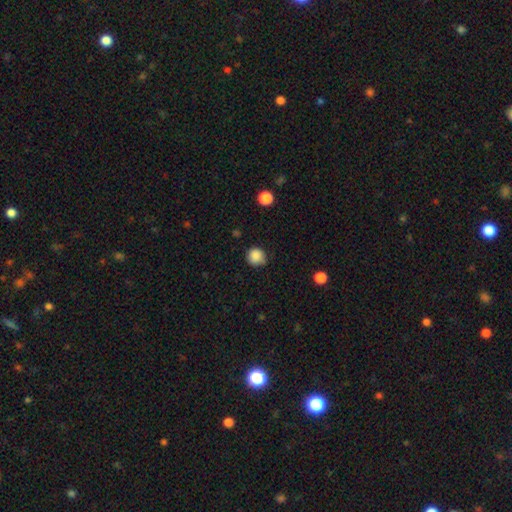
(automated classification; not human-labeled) This is clearly a smooth galaxy (86%). How rounded: clearly round (89%). Merging: likely none (75%).